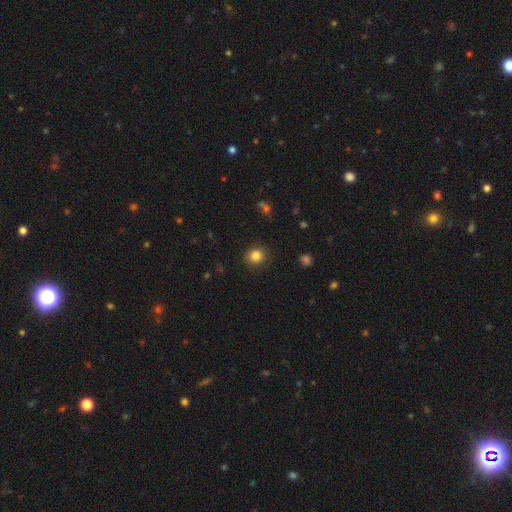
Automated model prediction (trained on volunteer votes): Overall: smooth (84%). How rounded: round (87%). Merging: none (88%).